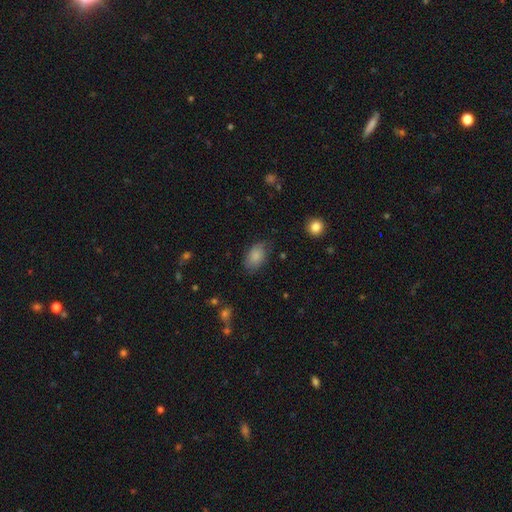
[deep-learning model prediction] This is likely a smooth galaxy (78%). How rounded: clearly in between (89%). Merging: likely none (65%).